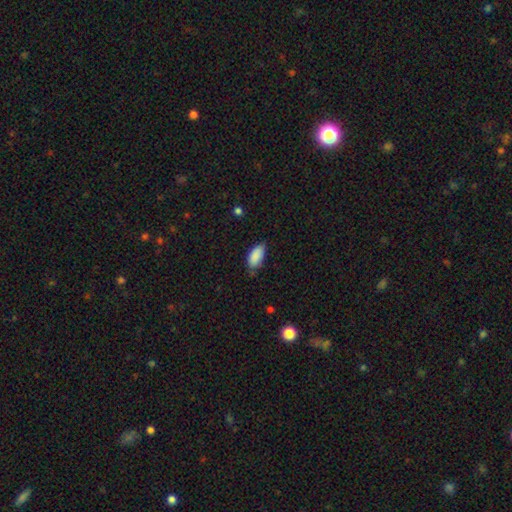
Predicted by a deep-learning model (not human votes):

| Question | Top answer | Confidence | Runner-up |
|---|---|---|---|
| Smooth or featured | smooth | 88% | star or artifact (7%) |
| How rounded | in between | 92% | cigar-shaped (6%) |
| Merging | none | 63% | minor disturbance (31%) |